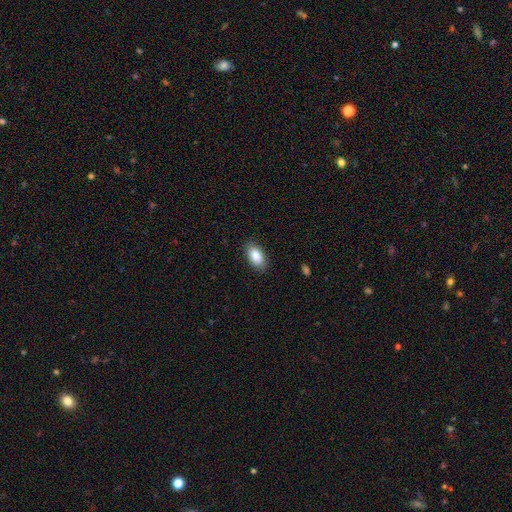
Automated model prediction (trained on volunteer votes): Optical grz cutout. It shows a smooth galaxy with no disk features (87%) that is in between round and cigar-shaped (94%). Merging: none (88%).